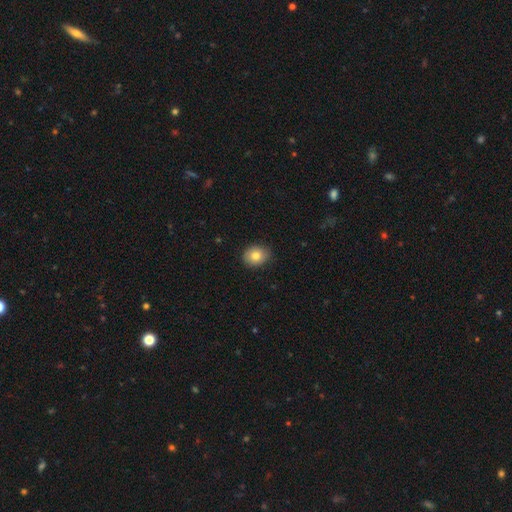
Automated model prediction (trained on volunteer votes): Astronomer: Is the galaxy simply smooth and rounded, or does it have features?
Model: smooth — 81%.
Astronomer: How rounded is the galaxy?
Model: round — 54% (runner-up: in between, 45%).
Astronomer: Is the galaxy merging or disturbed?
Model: none — 87%.